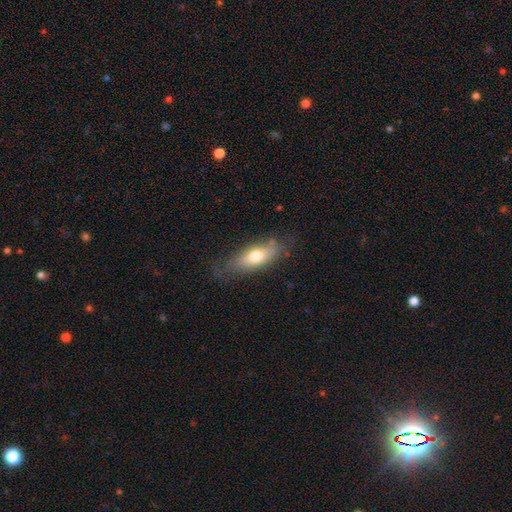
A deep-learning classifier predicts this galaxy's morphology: Smooth or featured?
  - smooth: 66% *
  - featured or disk: 27%
  - star or artifact: 7%
How rounded?
  - in between: 73% *
  - cigar-shaped: 24%
  - round: 3%
Merging?
  - none: 67% *
  - minor disturbance: 23%
  - major disturbance: 8%
  - merger: 2%